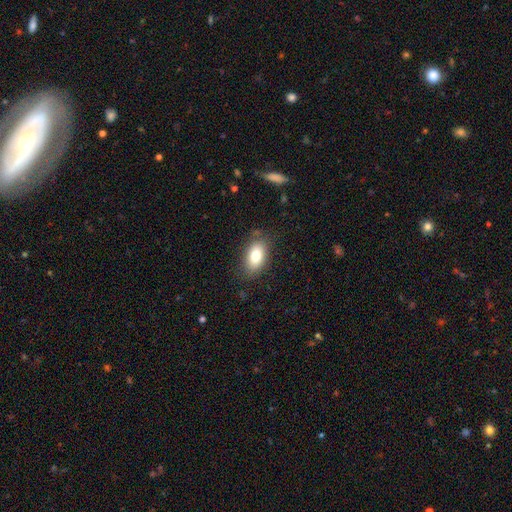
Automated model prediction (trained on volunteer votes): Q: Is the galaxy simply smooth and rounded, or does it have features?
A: smooth — 79%.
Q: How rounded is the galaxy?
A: in between — 90%.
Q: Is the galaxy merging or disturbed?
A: none — 82%.